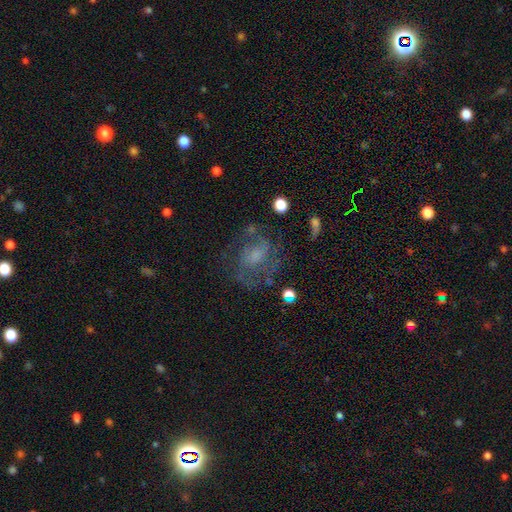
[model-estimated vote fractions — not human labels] This appears to be a featured or disk galaxy (66%) with no bar (49%), 2 (48%) medium (47%) spiral arms (80%) and a small central bulge (35%). Merging: none (63%).